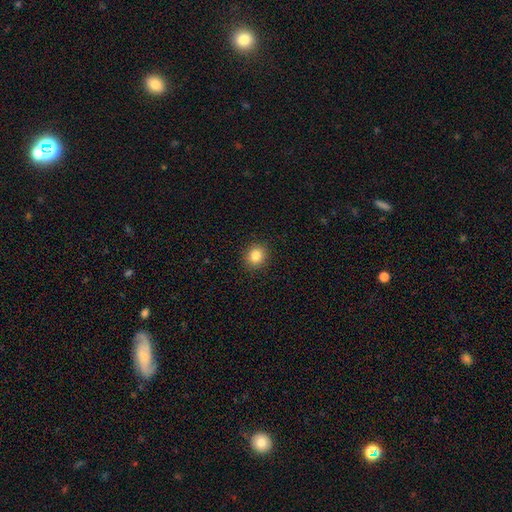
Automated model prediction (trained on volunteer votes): A smooth galaxy with no disk features (84%) that is round (83%).

Vote fractions:
- Smooth or featured? smooth: 84% / star or artifact: 11% / featured or disk: 5%
- How rounded? round: 83% / in between: 16% / cigar-shaped: 1%
- Merging? none: 91% / minor disturbance: 6% / major disturbance: 2% / merger: 1%